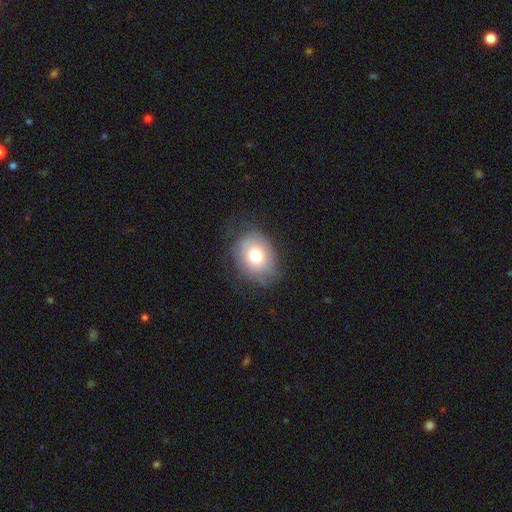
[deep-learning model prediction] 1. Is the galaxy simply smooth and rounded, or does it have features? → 70% smooth, 20% featured or disk, 10% star or artifact.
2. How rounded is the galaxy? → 51% in between, 48% round, 1% cigar-shaped.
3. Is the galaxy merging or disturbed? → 67% none, 22% minor disturbance, 10% major disturbance, 1% merger.